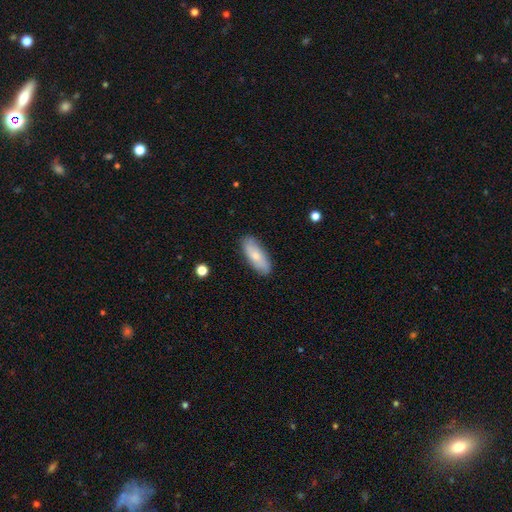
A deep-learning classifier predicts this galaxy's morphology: The model was most divided on "smooth or featured": smooth: 70%, featured or disk: 24%, star or artifact: 6%. More confident: merging — none (86%); how rounded — in between (77%).